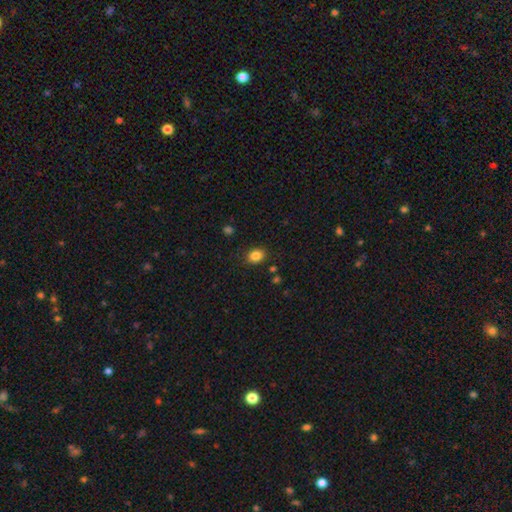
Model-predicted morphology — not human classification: smooth_or_featured: smooth (p=0.84) [alt: star or artifact p=0.11]
how_rounded: in between (p=0.52) [alt: round p=0.47]
merging: none (p=0.86) [alt: minor disturbance p=0.09]